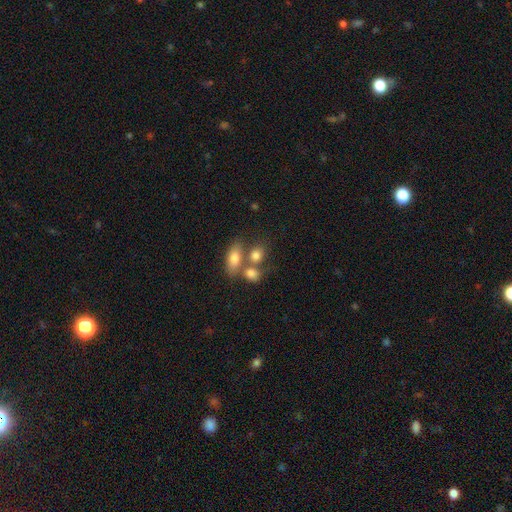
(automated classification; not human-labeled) This is likely a smooth galaxy (78%). How rounded: possibly in between (58%). Merging: marginally none (42%, tied with merger).